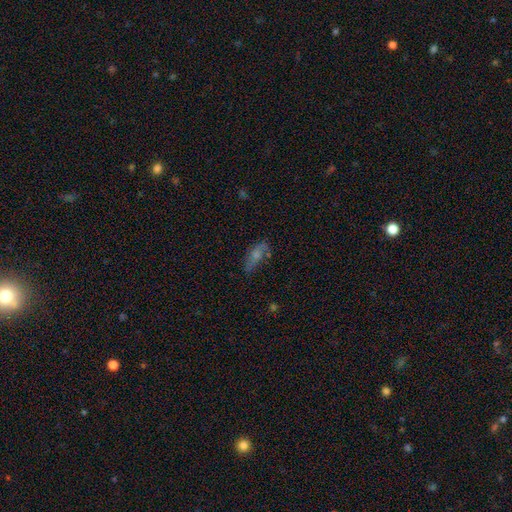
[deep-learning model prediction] A smooth galaxy with no disk features (41%, tied with featured or disk). Merging: none (57%).